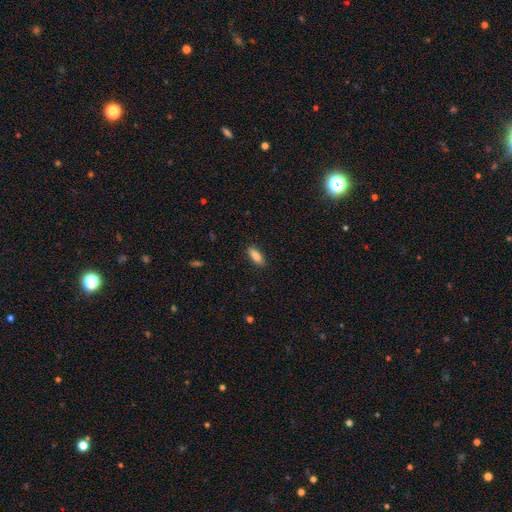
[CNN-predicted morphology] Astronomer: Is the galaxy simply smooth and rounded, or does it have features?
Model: smooth — 85%.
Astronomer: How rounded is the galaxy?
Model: in between — 73%.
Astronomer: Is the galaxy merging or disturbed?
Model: none — 88%.